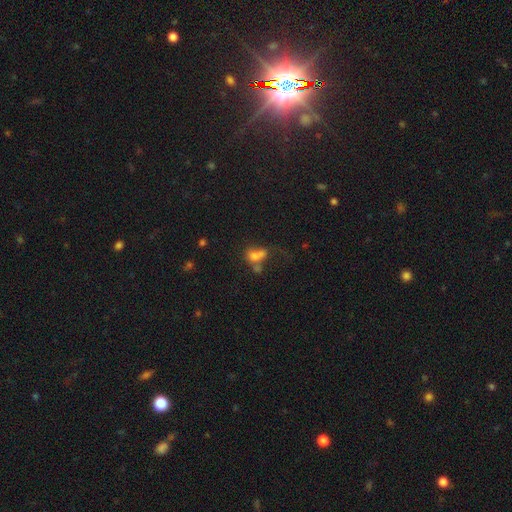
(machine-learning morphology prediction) This is likely a smooth galaxy (63%). How rounded: possibly in between (59%). Merging: possibly merger (54%).